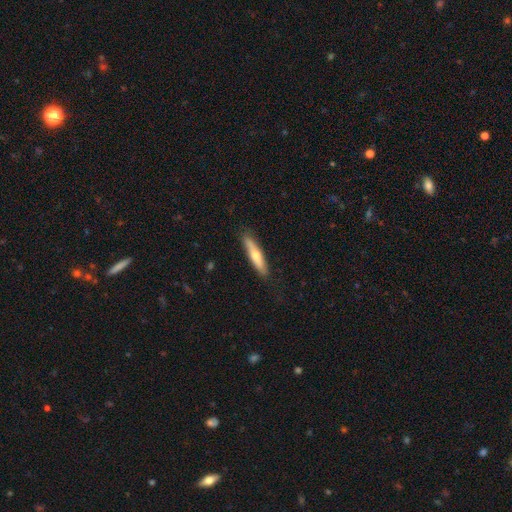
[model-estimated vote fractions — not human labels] This is possibly a smooth galaxy (54%). How rounded: clearly cigar-shaped (85%). Merging: clearly none (87%).